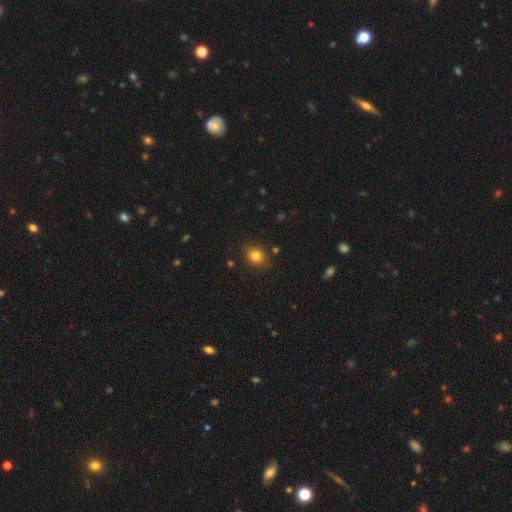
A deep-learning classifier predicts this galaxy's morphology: The model was most divided on "how rounded": round: 55%, in between: 44%, cigar-shaped: 1%. More confident: merging — none (85%); smooth or featured — smooth (82%).